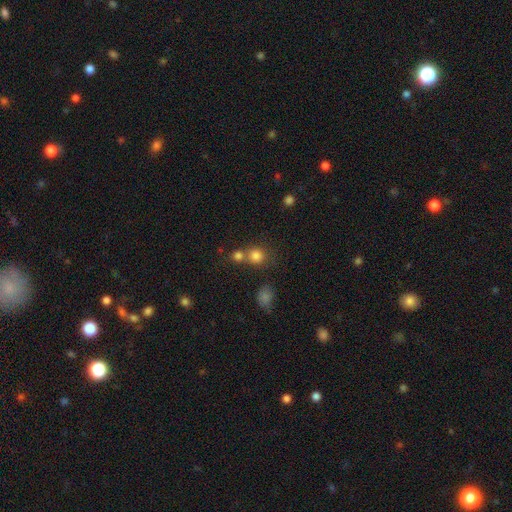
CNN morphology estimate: smooth_or_featured: smooth (p=0.79) [alt: star or artifact p=0.14]
how_rounded: round (p=0.87) [alt: in between p=0.12]
merging: none (p=0.54) [alt: merger p=0.35]